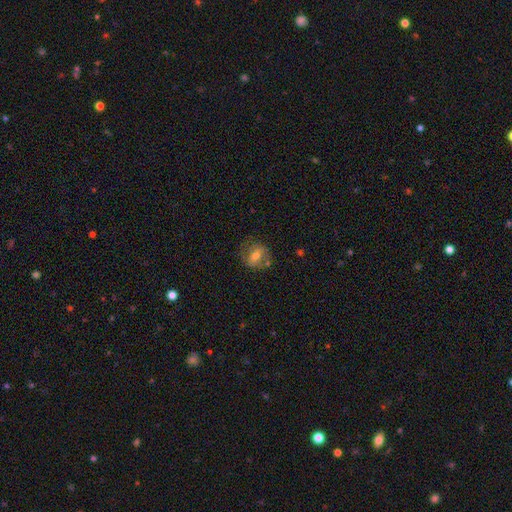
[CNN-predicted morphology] A smooth galaxy with no disk features (49%). Merging: none (68%).